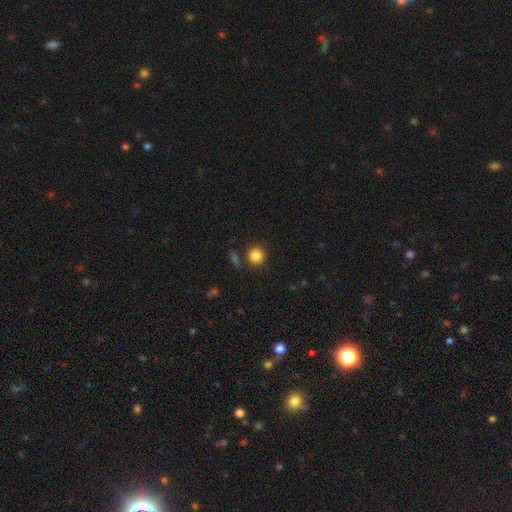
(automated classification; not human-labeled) smooth_or_featured: smooth (p=0.85) [alt: star or artifact p=0.10]
how_rounded: round (p=0.89) [alt: in between p=0.10]
merging: none (p=0.83) [alt: minor disturbance p=0.08]